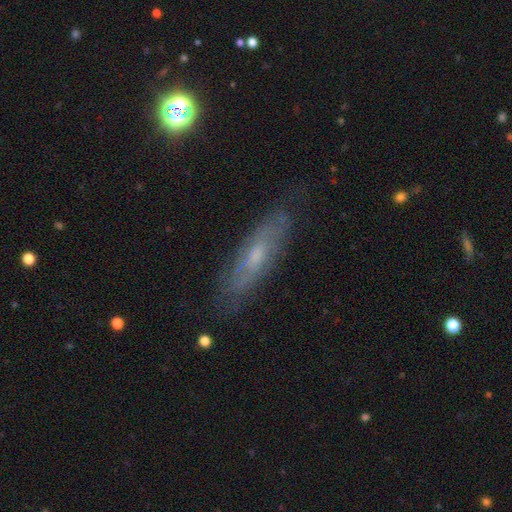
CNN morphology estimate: smooth-or-featured: featured or disk: 57% | smooth: 33% | star or artifact: 10%
  disk-edge-on: no: 60% | yes: 40%
  merging: none: 80% | minor disturbance: 15% | major disturbance: 4% | merger: 1%